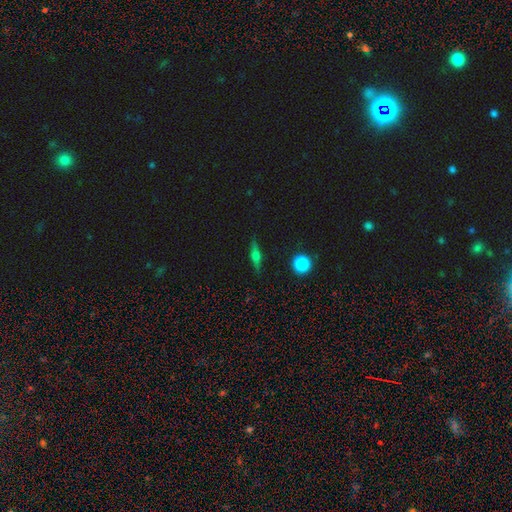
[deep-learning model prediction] featured or disk 60%, smooth 29%, star or artifact 11%. Down the decision tree: edge-on disk — yes (95%); edge-on bulge — rounded (85%); merging — none (87%).